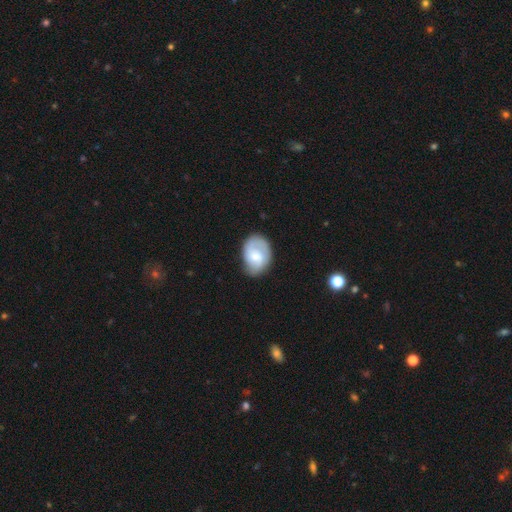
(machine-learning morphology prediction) This is possibly a featured or disk galaxy (50%). Merging: likely none (70%).